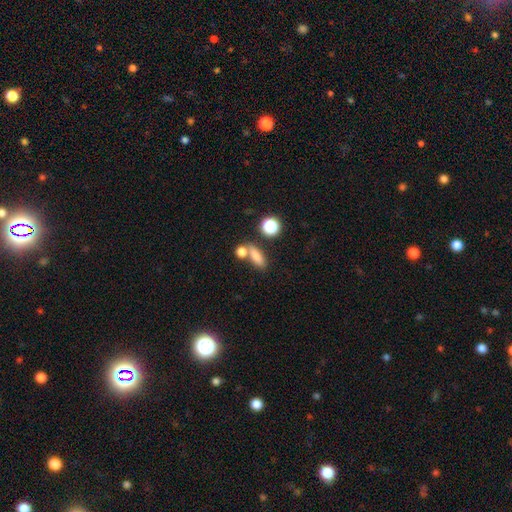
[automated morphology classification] The model was most divided on "merging": none: 57%, merger: 26%, minor disturbance: 11%, major disturbance: 5%. More confident: smooth or featured — smooth (79%); how rounded — in between (58%).